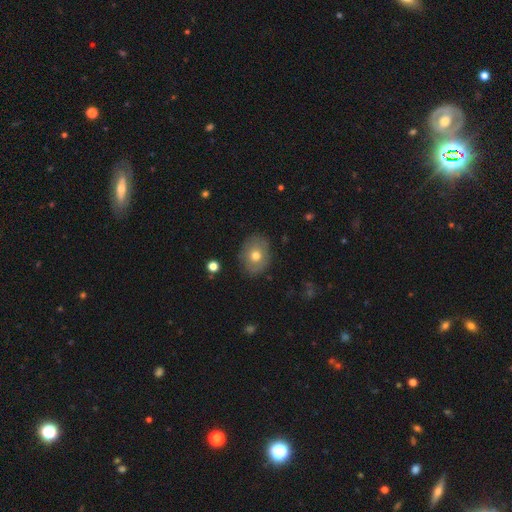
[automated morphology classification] Smooth or featured: smooth — 65% (featured or disk — 26%)
How rounded: in between — 51% (round — 48%)
Merging: none — 82% (minor disturbance — 13%)